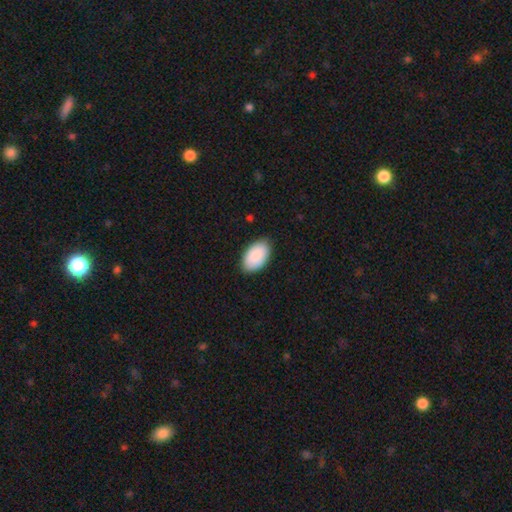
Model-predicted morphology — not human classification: Smooth or featured: smooth — 88% (featured or disk — 6%)
How rounded: in between — 95% (round — 4%)
Merging: none — 84% (minor disturbance — 13%)